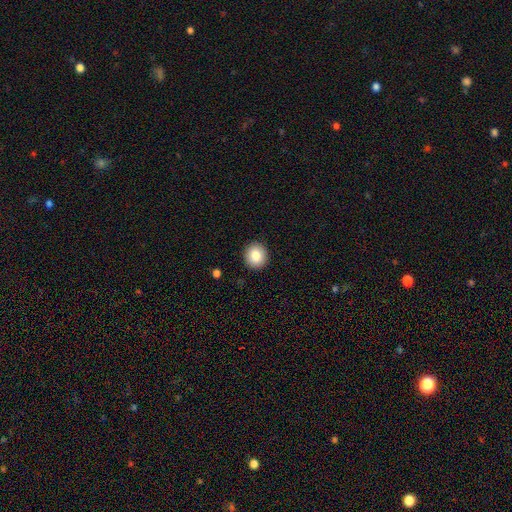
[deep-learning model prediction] This is clearly a smooth galaxy (84%). How rounded: clearly round (84%). Merging: clearly none (91%).